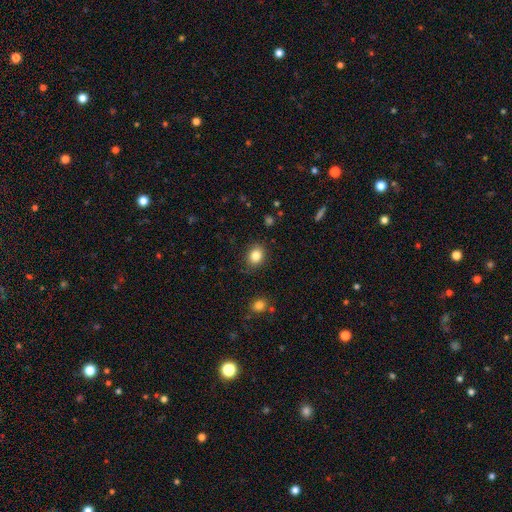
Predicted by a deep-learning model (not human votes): smooth-or-featured: smooth: 84% | star or artifact: 10% | featured or disk: 6%
  how-rounded: round: 52% | in between: 47% | cigar-shaped: 1%
  merging: none: 85% | minor disturbance: 11% | major disturbance: 3% | merger: 1%